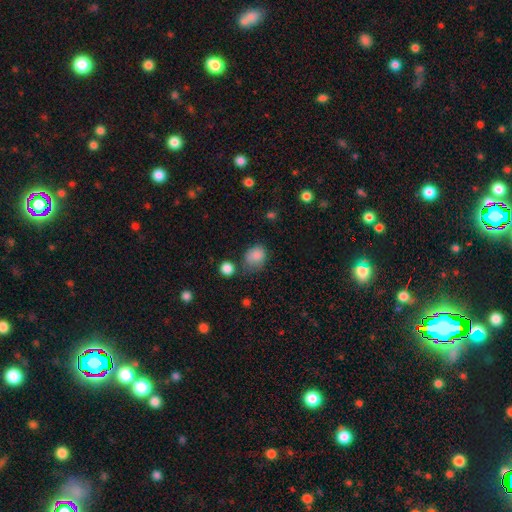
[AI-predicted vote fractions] A smooth galaxy with no disk features (84%) that is round (55%). Merging: none (56%).